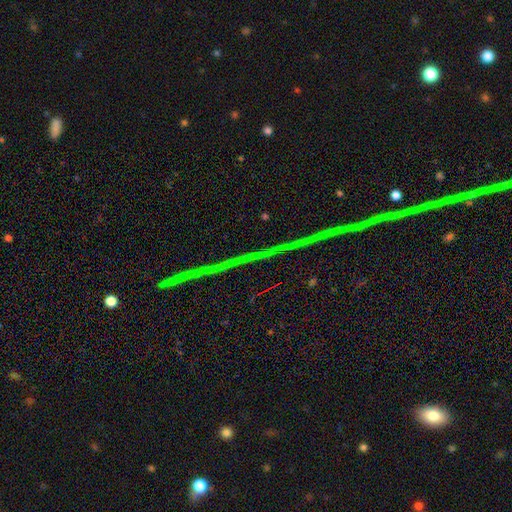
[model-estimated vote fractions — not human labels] Smooth or featured? Predicted: star or artifact (p=0.83).